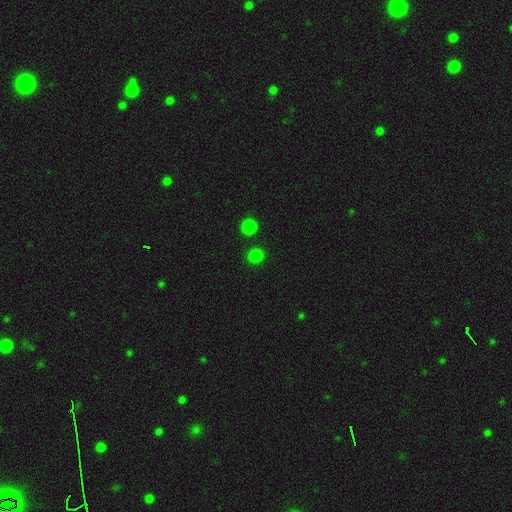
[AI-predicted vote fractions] smooth-or-featured: smooth: 82% | star or artifact: 15% | featured or disk: 3%
  how-rounded: round: 87% | in between: 12% | cigar-shaped: 1%
  merging: none: 87% | minor disturbance: 6% | merger: 5% | major disturbance: 2%